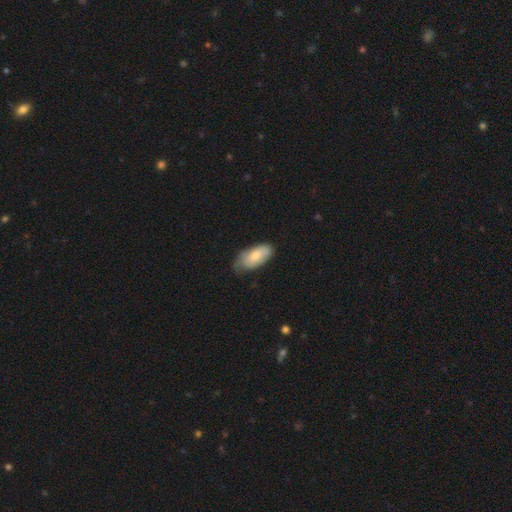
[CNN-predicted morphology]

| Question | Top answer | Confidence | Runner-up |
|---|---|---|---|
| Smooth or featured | smooth | 74% | featured or disk (21%) |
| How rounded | in between | 91% | cigar-shaped (7%) |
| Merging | none | 55% | minor disturbance (36%) |